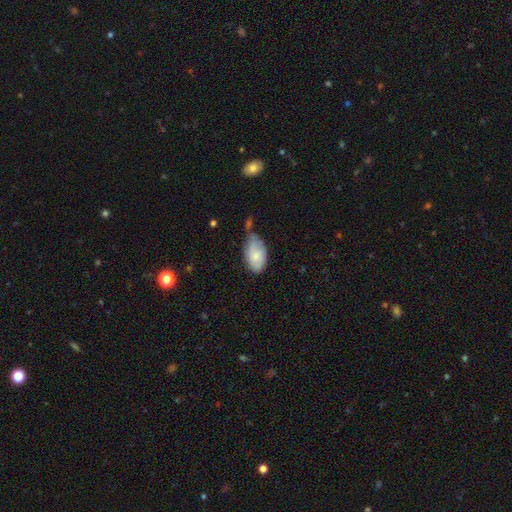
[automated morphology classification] Overall: smooth (77%). How rounded: in between (94%). Merging: none (38%; minor disturbance 37%).